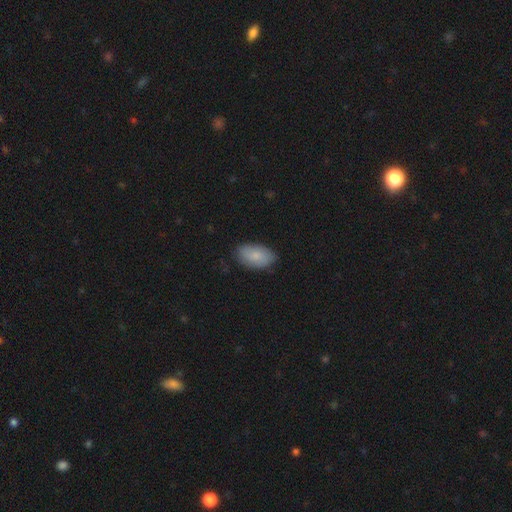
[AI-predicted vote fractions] The model was most divided on "merging": none: 81%, minor disturbance: 15%, major disturbance: 3%, merger: 1%. More confident: how rounded — in between (93%); smooth or featured — smooth (83%).